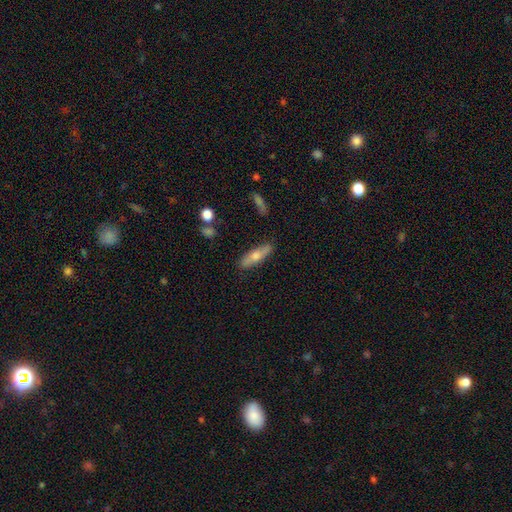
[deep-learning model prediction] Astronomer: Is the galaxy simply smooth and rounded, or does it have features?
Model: smooth — 48% (runner-up: featured or disk, 41%).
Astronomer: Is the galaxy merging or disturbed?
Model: none — 84%.